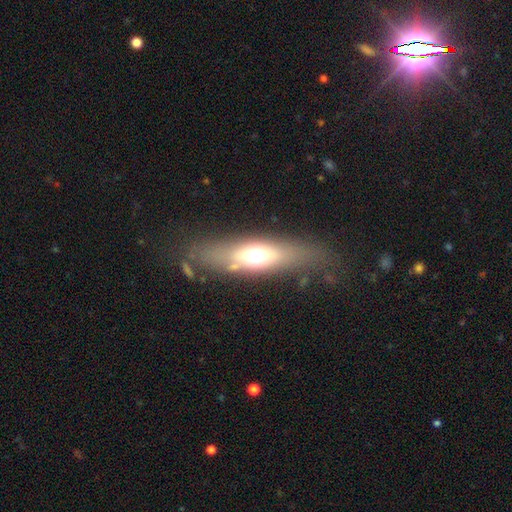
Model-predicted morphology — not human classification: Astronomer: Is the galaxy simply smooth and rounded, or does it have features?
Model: smooth — 49% (runner-up: featured or disk, 40%).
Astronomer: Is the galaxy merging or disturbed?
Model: none — 78%.